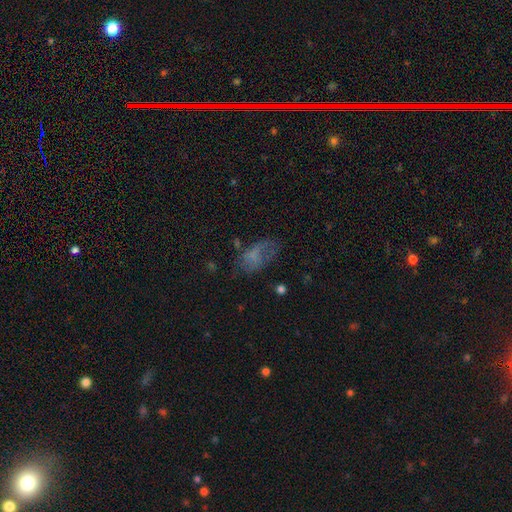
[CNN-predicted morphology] This is possibly a smooth galaxy (54%). How rounded: clearly in between (89%). Merging: marginally none (41%).